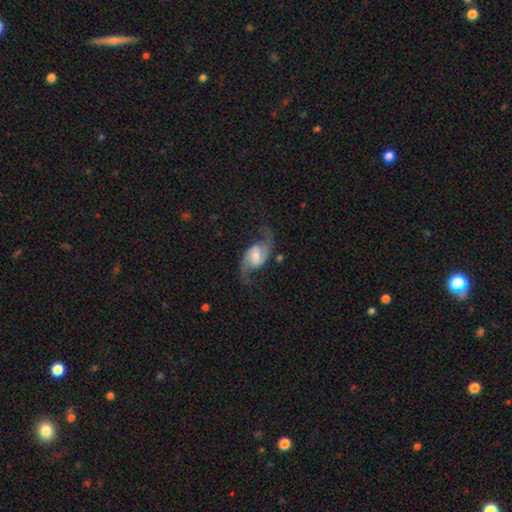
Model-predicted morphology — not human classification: This is clearly a featured or disk galaxy (87%). It is clearly not viewed edge-on (97%). Bar: possibly weak (55%). Spiral arm pattern: clearly yes (97%). Spiral arm count: clearly 2 (94%). Spiral winding: likely loose (65%). Central bulge: marginally moderate (43%). Merging: likely none (74%).